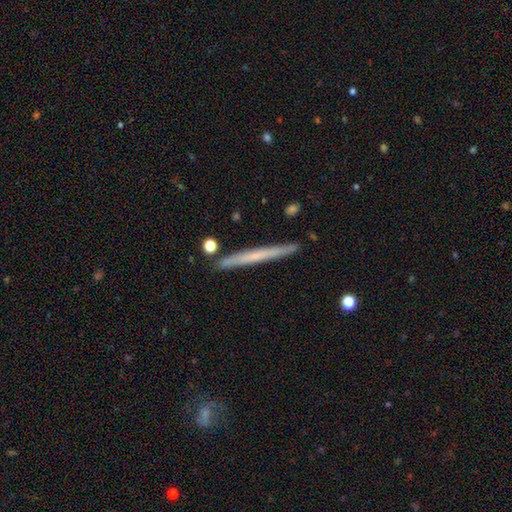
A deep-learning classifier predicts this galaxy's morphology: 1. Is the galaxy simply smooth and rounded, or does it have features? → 50% smooth, 43% featured or disk, 6% star or artifact.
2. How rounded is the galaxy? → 97% cigar-shaped, 2% in between, 1% round.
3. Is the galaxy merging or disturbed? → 89% none, 8% minor disturbance, 2% merger, 1% major disturbance.